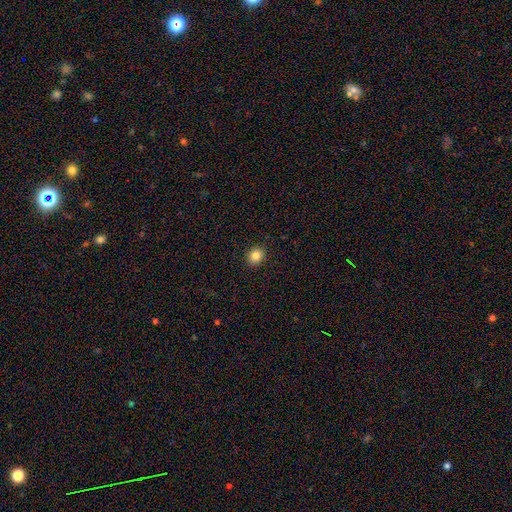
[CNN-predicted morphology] Smooth or featured?
  - smooth: 84% *
  - star or artifact: 11%
  - featured or disk: 5%
How rounded?
  - round: 73% *
  - in between: 26%
  - cigar-shaped: 1%
Merging?
  - none: 92% *
  - minor disturbance: 6%
  - major disturbance: 2%
  - merger: 1%